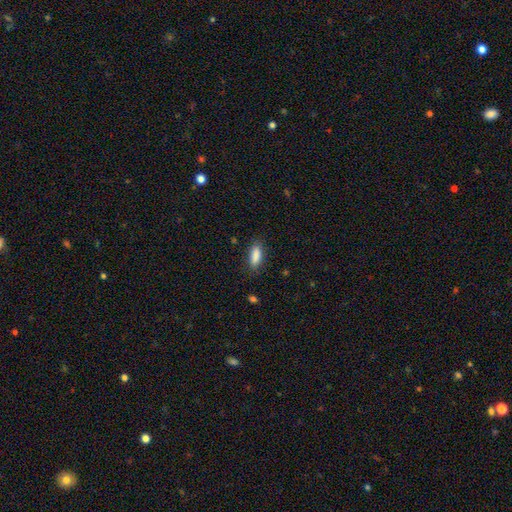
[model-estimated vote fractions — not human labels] smooth-or-featured: smooth: 87% | star or artifact: 7% | featured or disk: 5%
  how-rounded: in between: 68% | cigar-shaped: 30% | round: 2%
  merging: none: 83% | minor disturbance: 13% | major disturbance: 3% | merger: 1%